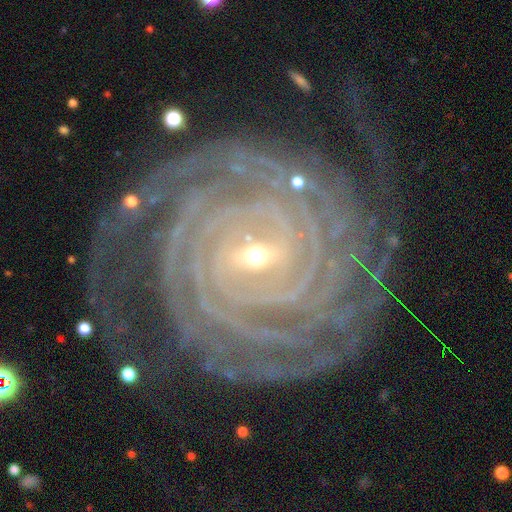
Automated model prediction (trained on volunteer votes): A featured or disk galaxy (93%) with a weak bar (41%), more than 4 (24%) tight (91%) spiral arms (99%) and a small central bulge (73%). Merging: none (80%).